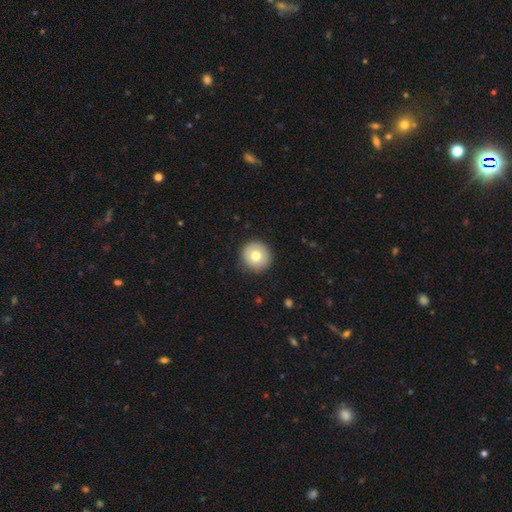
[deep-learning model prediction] Smooth or featured? smooth (75%)
How rounded? round (95%)
Merging? none (91%)